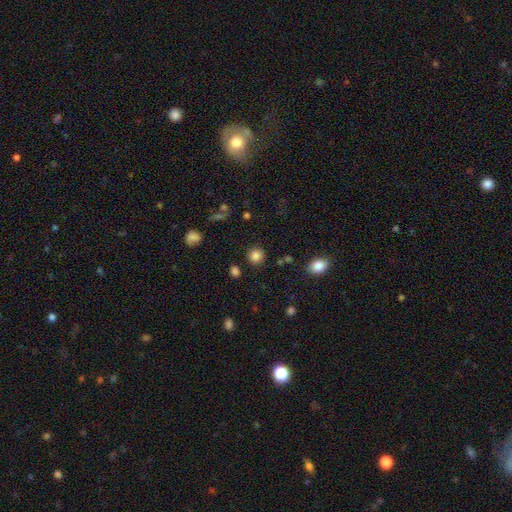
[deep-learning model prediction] smooth_or_featured: smooth (p=0.84) [alt: star or artifact p=0.11]
how_rounded: round (p=0.90) [alt: in between p=0.09]
merging: none (p=0.88) [alt: minor disturbance p=0.07]